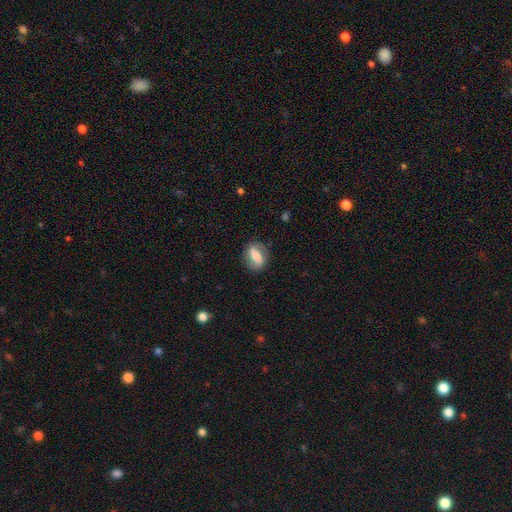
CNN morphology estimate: Smooth or featured? smooth (51%)
How rounded? in between (69%)
Merging? none (78%)